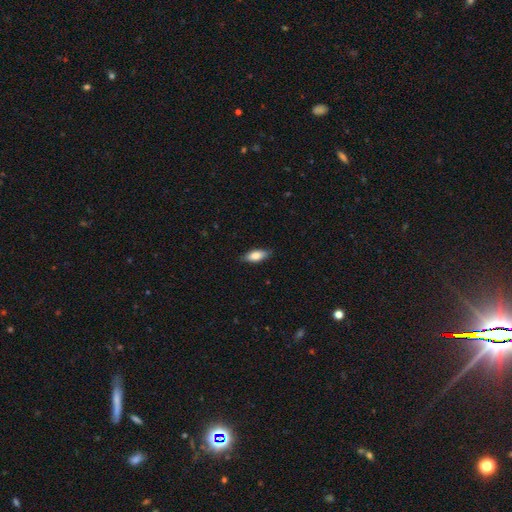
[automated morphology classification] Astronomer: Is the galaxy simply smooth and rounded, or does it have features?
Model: smooth — 79%.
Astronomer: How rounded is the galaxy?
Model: in between — 79%.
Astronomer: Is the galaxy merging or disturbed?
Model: none — 85%.